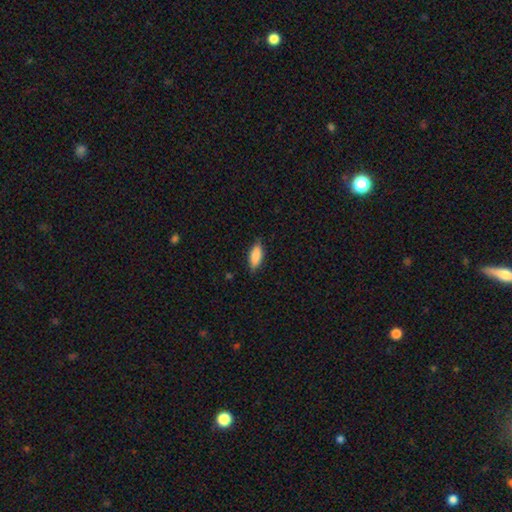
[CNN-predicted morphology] A smooth galaxy with no disk features (85%) that is in between round and cigar-shaped (75%). Merging: none (81%).